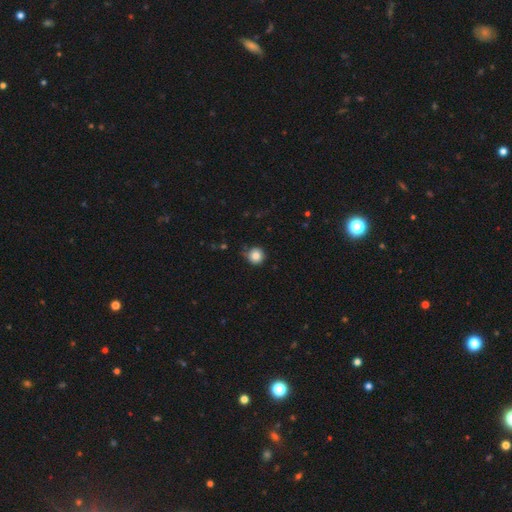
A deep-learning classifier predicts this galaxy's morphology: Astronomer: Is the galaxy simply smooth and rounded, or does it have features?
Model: smooth — 85%.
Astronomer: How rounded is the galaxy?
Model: round — 95%.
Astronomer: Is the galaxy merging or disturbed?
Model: none — 78%.